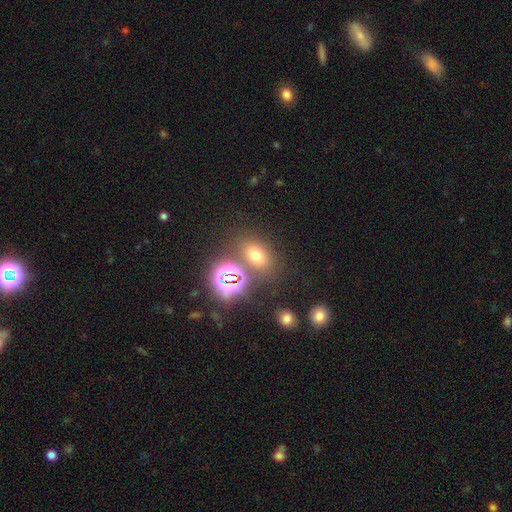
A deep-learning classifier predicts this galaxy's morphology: smooth-or-featured: smooth: 59% | star or artifact: 30% | featured or disk: 10%
  how-rounded: in between: 63% | round: 35% | cigar-shaped: 2%
  merging: none: 71% | merger: 13% | minor disturbance: 11% | major disturbance: 5%